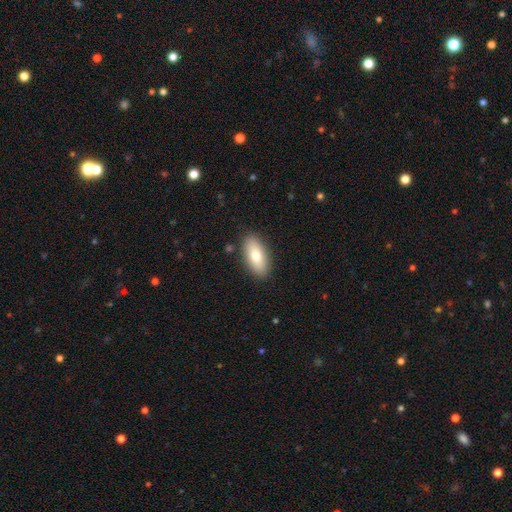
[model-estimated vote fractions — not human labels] Overall: smooth (77%). How rounded: in between (85%). Merging: none (87%).